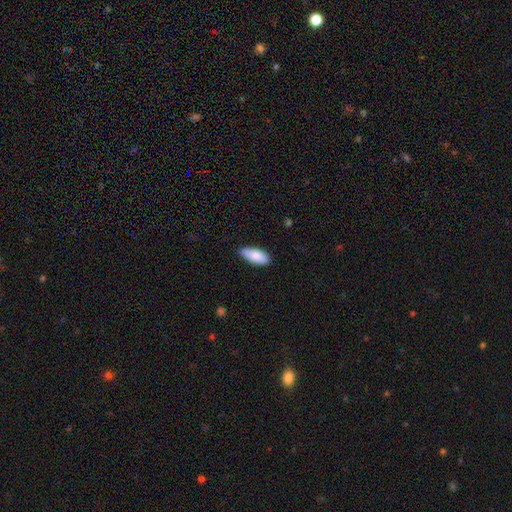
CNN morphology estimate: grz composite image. It shows a smooth galaxy with no disk features (85%) that is in between round and cigar-shaped (84%). Merging: none (78%).